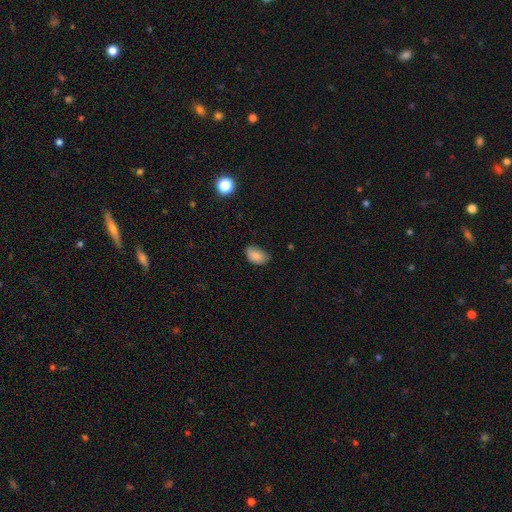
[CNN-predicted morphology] A smooth galaxy with no disk features (83%) that is in between round and cigar-shaped (91%). Merging: none (69%).